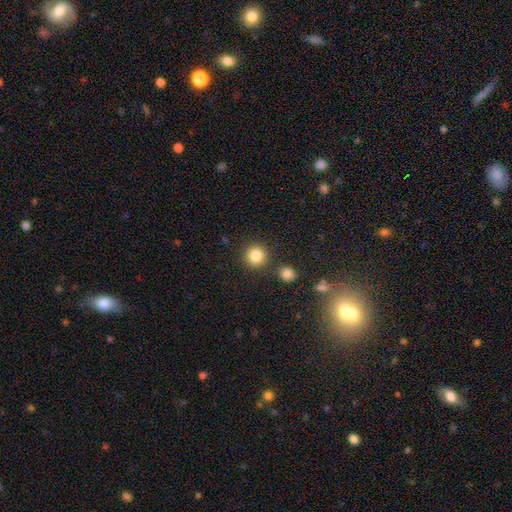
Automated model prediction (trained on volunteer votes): Smooth or featured? smooth (85%)
How rounded? round (92%)
Merging? none (85%)